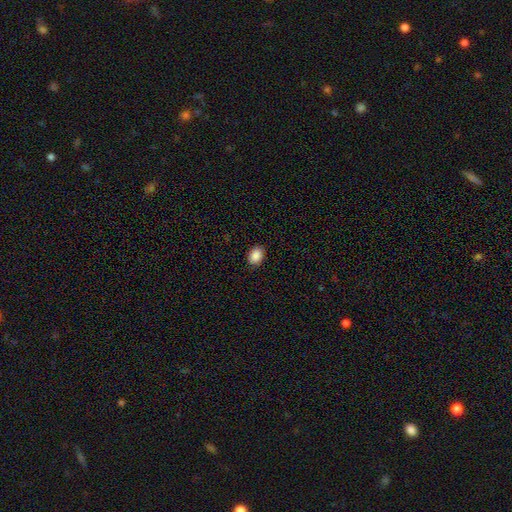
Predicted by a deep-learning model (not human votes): Morphology: type=smooth (89%); roundness=in between (73%); merging=none (90%).